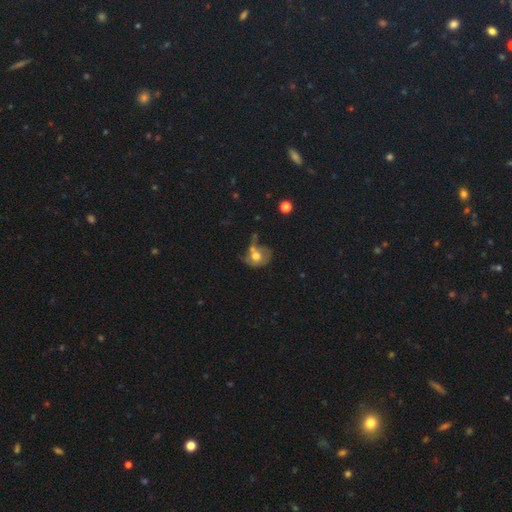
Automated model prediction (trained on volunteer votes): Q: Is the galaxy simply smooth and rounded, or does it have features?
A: smooth — 57%.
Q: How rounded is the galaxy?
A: round — 57%.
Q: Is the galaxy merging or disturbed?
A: merger — 30%.